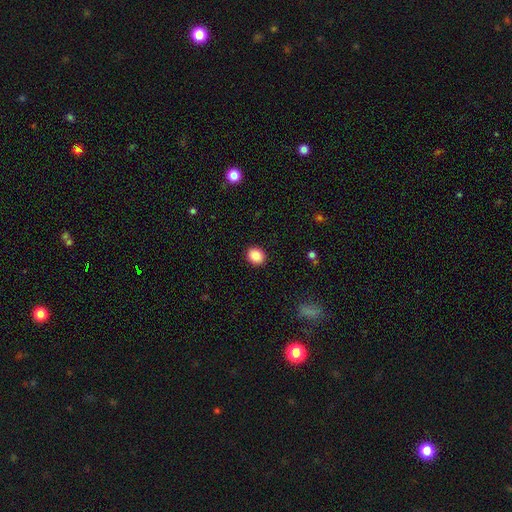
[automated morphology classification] smooth_or_featured: smooth (p=0.86) [alt: star or artifact p=0.09]
how_rounded: round (p=0.62) [alt: in between p=0.37]
merging: none (p=0.91) [alt: minor disturbance p=0.06]